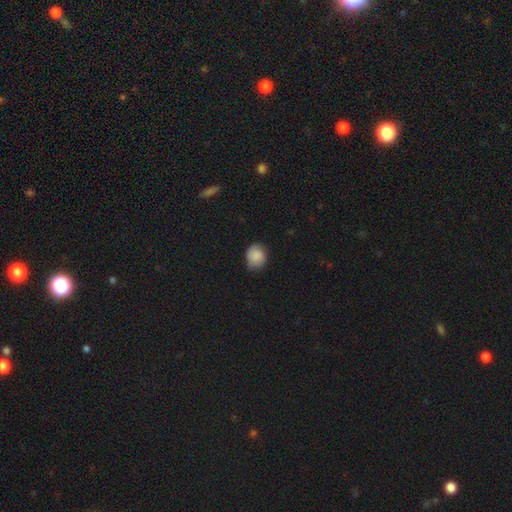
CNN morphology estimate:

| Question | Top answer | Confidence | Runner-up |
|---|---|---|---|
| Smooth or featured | smooth | 87% | star or artifact (8%) |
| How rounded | round | 67% | in between (32%) |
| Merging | none | 72% | minor disturbance (24%) |